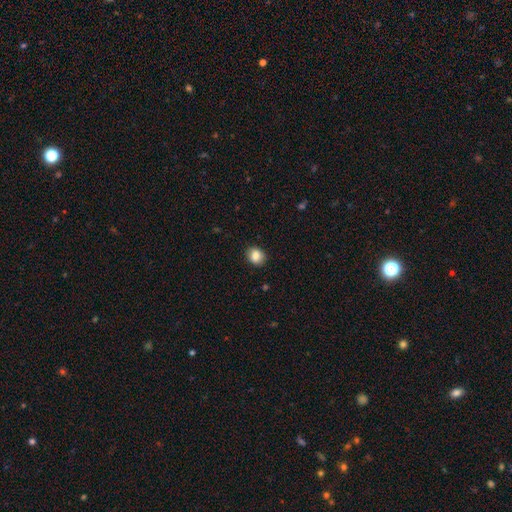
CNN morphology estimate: This is clearly a smooth galaxy (85%). How rounded: possibly round (58%). Merging: clearly none (87%).